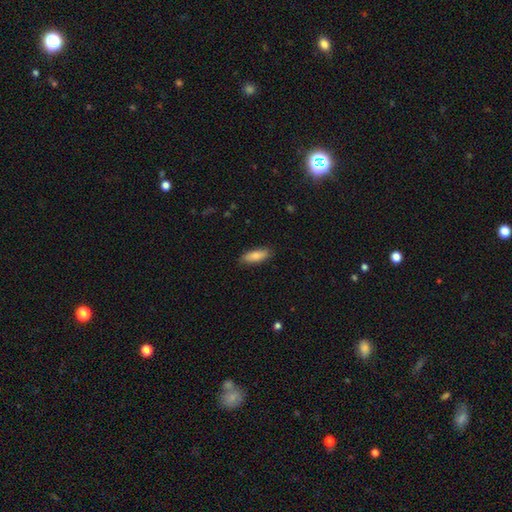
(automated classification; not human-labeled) Smooth or featured?
  - smooth: 80% *
  - featured or disk: 14%
  - star or artifact: 6%
How rounded?
  - in between: 68% *
  - cigar-shaped: 30%
  - round: 2%
Merging?
  - none: 84% *
  - minor disturbance: 13%
  - major disturbance: 2%
  - merger: 1%